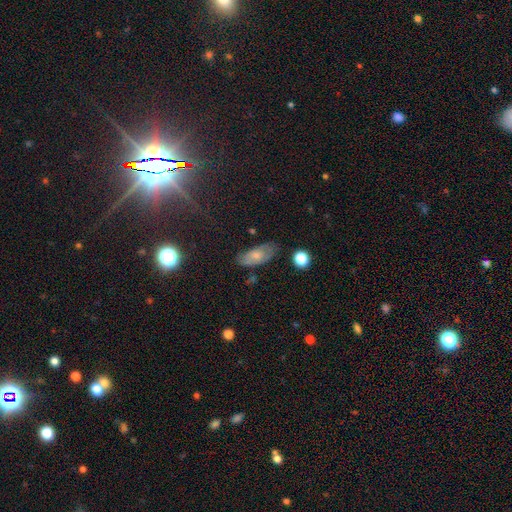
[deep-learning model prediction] smooth 63%, featured or disk 27%, star or artifact 9%. Down the decision tree: how rounded — in between (88%); merging — none (70%).